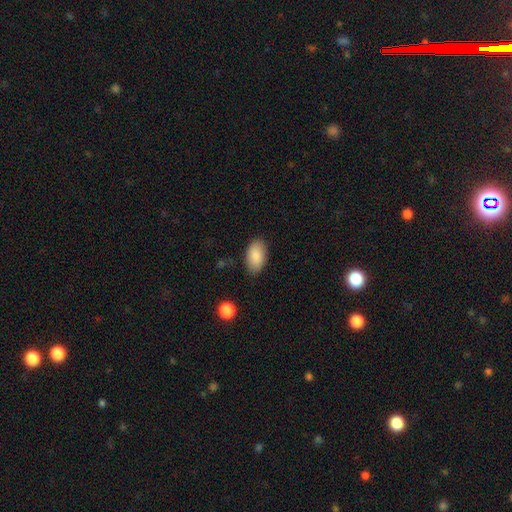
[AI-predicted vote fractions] Overall: smooth (88%). How rounded: in between (94%). Merging: none (84%).